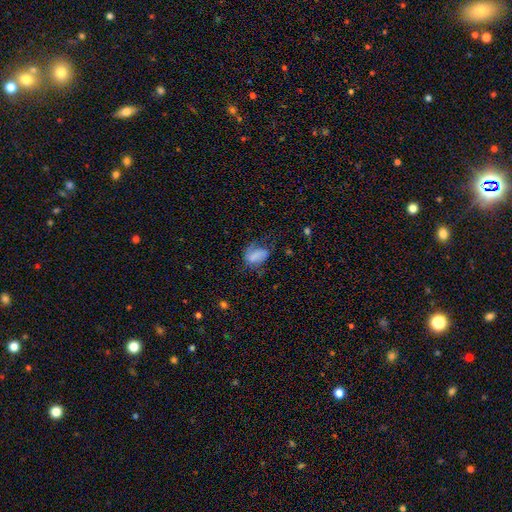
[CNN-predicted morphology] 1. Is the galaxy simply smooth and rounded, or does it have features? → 55% smooth, 35% featured or disk, 10% star or artifact.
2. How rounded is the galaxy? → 83% in between, 14% round, 2% cigar-shaped.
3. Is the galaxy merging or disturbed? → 38% none, 30% major disturbance, 29% minor disturbance, 3% merger.